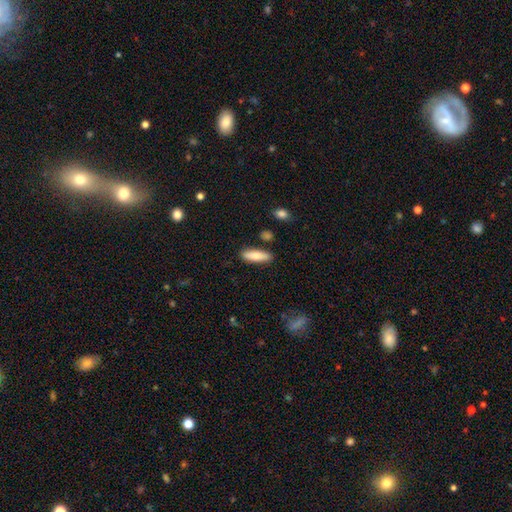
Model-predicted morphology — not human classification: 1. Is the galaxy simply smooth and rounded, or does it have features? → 82% smooth, 12% featured or disk, 6% star or artifact.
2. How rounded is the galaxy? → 53% cigar-shaped, 45% in between, 2% round.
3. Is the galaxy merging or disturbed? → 85% none, 10% minor disturbance, 3% merger, 2% major disturbance.